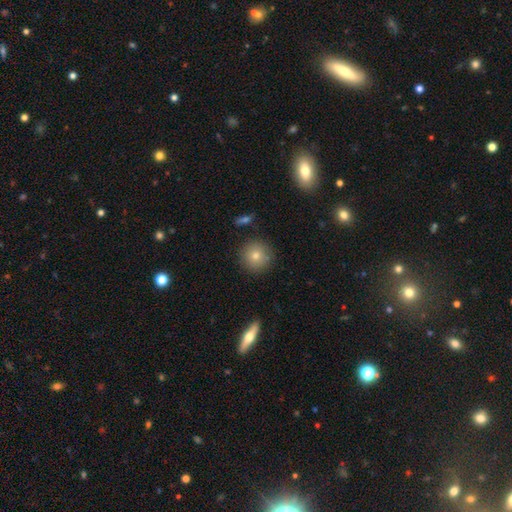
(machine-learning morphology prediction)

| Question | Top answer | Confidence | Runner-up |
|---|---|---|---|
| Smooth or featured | smooth | 79% | featured or disk (11%) |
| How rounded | round | 95% | in between (4%) |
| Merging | none | 87% | minor disturbance (8%) |